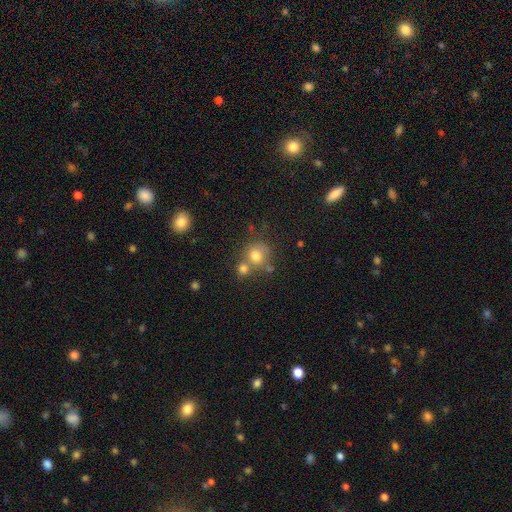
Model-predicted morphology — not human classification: Smooth or featured? smooth (74%)
How rounded? round (80%)
Merging? none (46%)